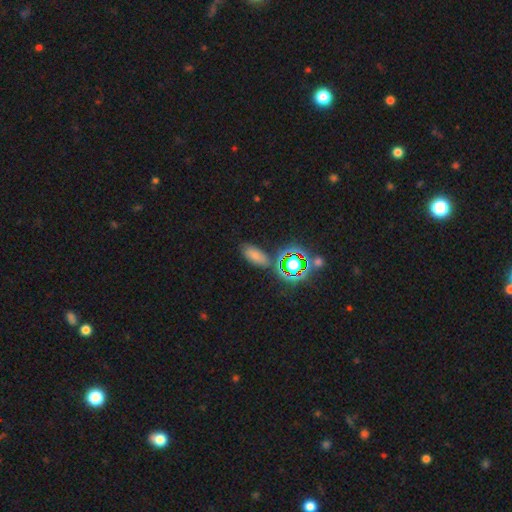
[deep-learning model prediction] Smooth or featured?
  - smooth: 61% *
  - star or artifact: 28%
  - featured or disk: 11%
How rounded?
  - in between: 86% *
  - cigar-shaped: 8%
  - round: 6%
Merging?
  - none: 74% *
  - minor disturbance: 15%
  - merger: 6%
  - major disturbance: 5%